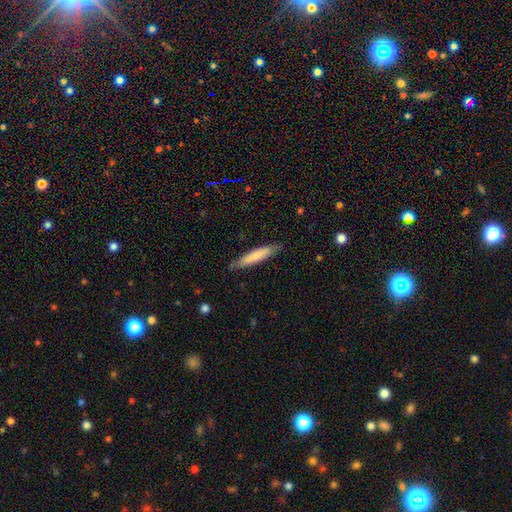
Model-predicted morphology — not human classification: Q: Smooth or featured?
A: smooth (70%); runner-up: featured or disk (25%)
Q: How rounded?
A: cigar-shaped (89%); runner-up: in between (9%)
Q: Merging?
A: none (84%); runner-up: minor disturbance (12%)